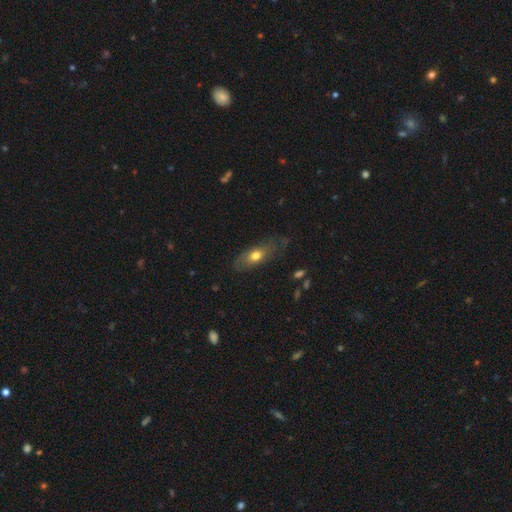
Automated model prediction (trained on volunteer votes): Q: Smooth or featured?
A: smooth (58%); runner-up: featured or disk (34%)
Q: How rounded?
A: in between (71%); runner-up: cigar-shaped (22%)
Q: Merging?
A: none (59%); runner-up: minor disturbance (27%)